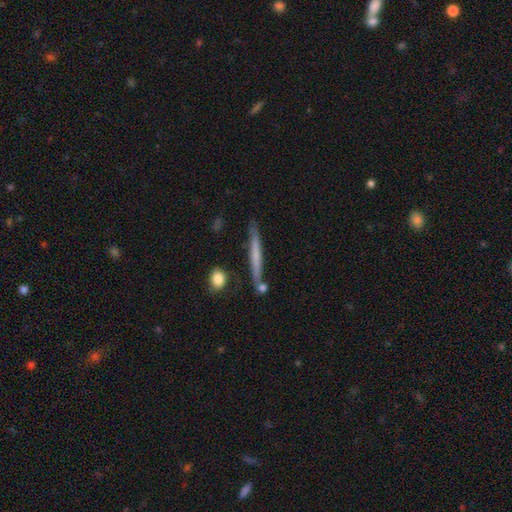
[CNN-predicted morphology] The model was most divided on "smooth or featured": smooth: 51%, featured or disk: 42%, star or artifact: 6%. More confident: how rounded — cigar-shaped (95%); merging — none (82%).